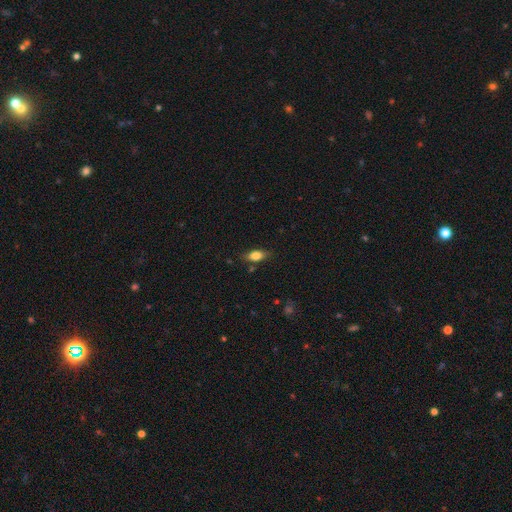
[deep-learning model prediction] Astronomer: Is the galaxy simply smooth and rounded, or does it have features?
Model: smooth — 79%.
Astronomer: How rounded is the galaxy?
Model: in between — 84%.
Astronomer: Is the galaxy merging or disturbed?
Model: none — 77%.